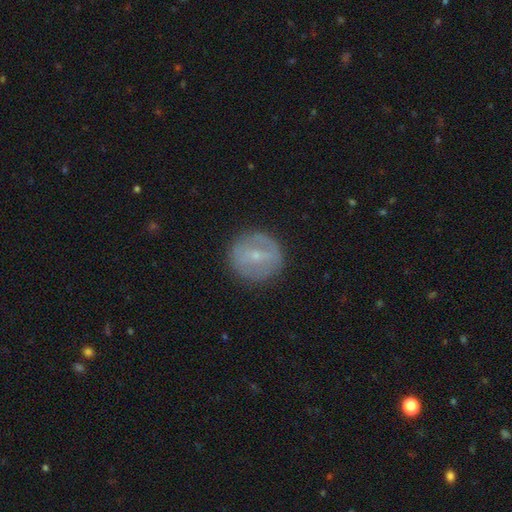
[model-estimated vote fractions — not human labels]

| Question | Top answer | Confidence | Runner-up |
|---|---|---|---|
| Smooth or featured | featured or disk | 53% | smooth (38%) |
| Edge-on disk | no | 93% | yes (7%) |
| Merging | none | 84% | minor disturbance (10%) |